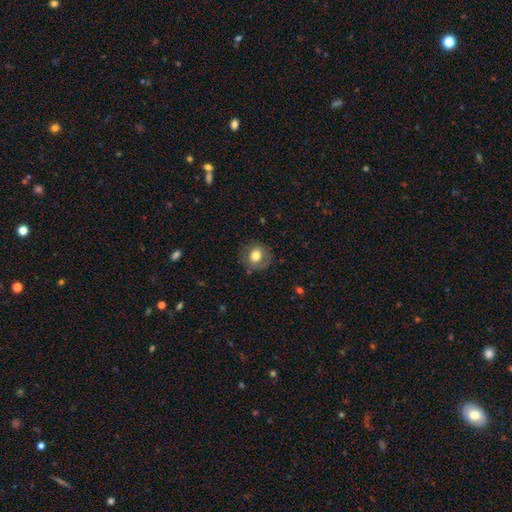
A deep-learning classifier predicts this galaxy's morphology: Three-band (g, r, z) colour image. It shows a smooth galaxy with no disk features (73%) that is round (81%). Merging: none (78%).